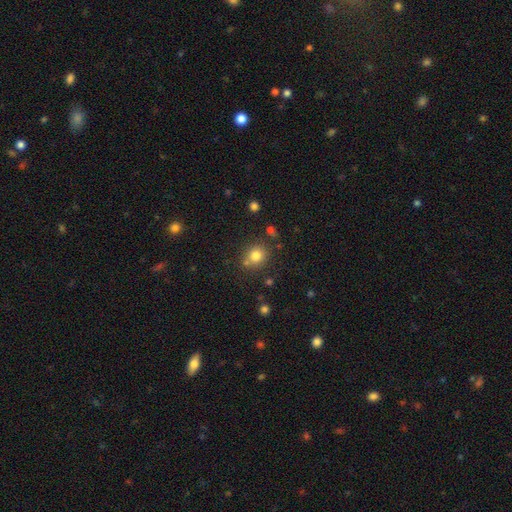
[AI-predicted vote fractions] Q: Smooth or featured?
A: smooth (79%); runner-up: star or artifact (13%)
Q: How rounded?
A: round (78%); runner-up: in between (21%)
Q: Merging?
A: none (71%); runner-up: merger (14%)